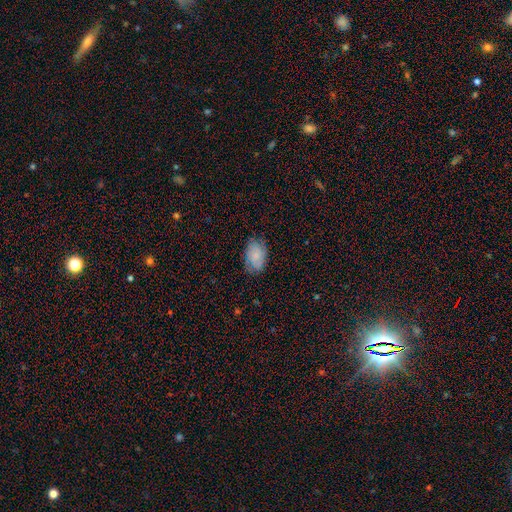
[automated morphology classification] smooth 72%, featured or disk 20%, star or artifact 9%. Down the decision tree: how rounded — in between (86%); merging — none (76%).